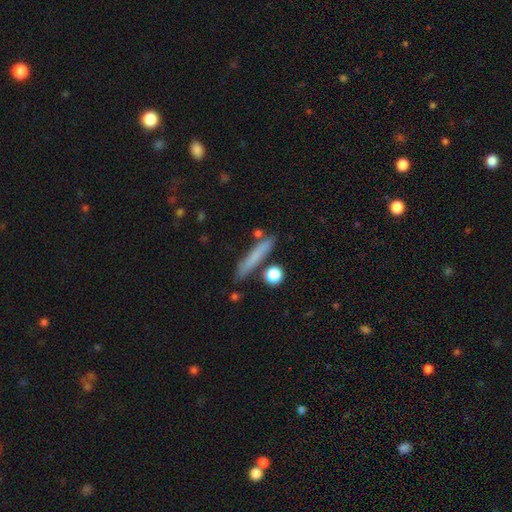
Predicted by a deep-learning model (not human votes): This is likely a smooth galaxy (70%). How rounded: clearly cigar-shaped (90%). Merging: clearly none (81%).